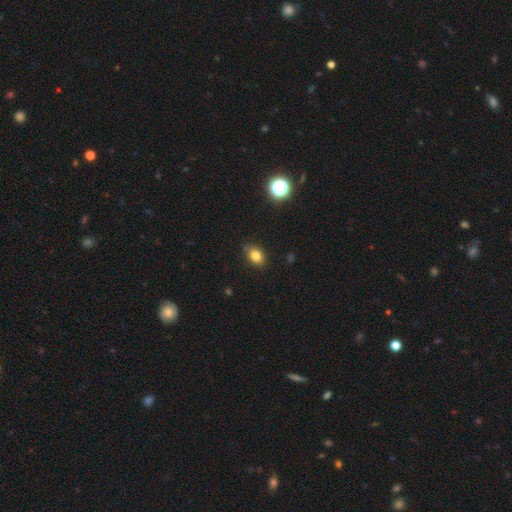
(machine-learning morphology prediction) smooth-or-featured: smooth: 81% | star or artifact: 12% | featured or disk: 7%
  how-rounded: in between: 72% | round: 26% | cigar-shaped: 2%
  merging: none: 82% | minor disturbance: 14% | major disturbance: 2% | merger: 2%